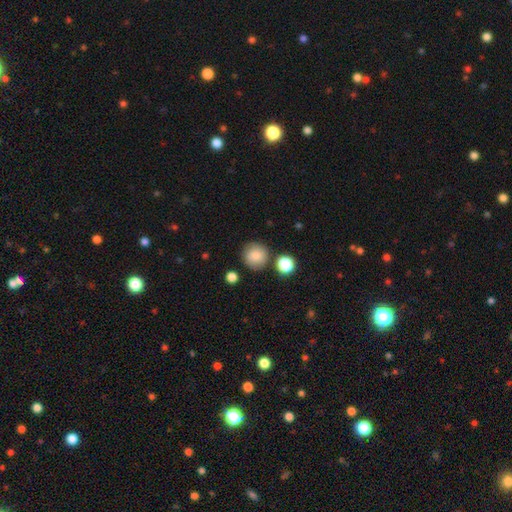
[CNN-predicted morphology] smooth 84%, star or artifact 9%, featured or disk 7%. Down the decision tree: how rounded — round (93%); merging — none (82%).